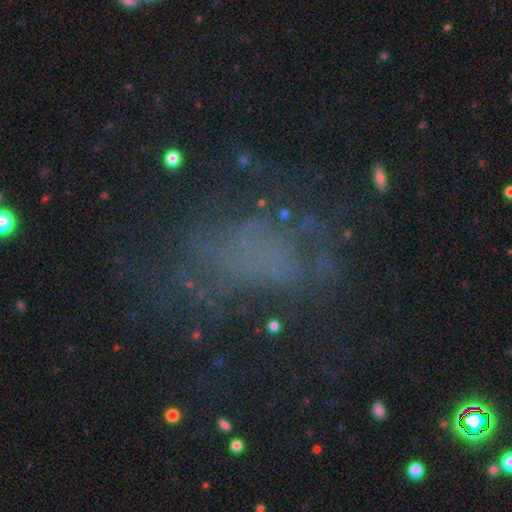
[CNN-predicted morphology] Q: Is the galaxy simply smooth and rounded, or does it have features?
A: smooth — 35%.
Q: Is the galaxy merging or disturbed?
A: none — 54%.